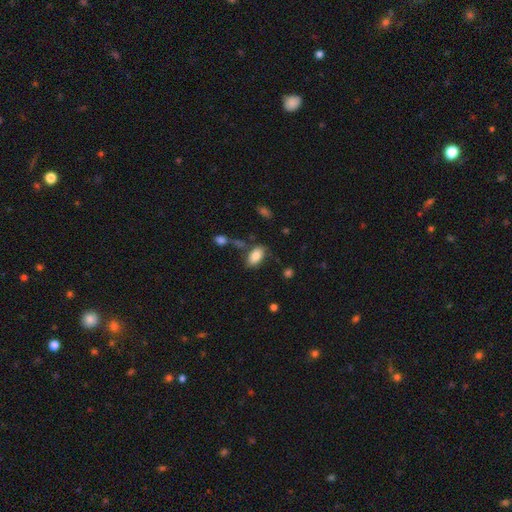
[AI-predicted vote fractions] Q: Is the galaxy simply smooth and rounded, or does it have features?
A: smooth — 82%.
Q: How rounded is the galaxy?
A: in between — 93%.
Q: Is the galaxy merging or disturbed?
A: none — 71%.